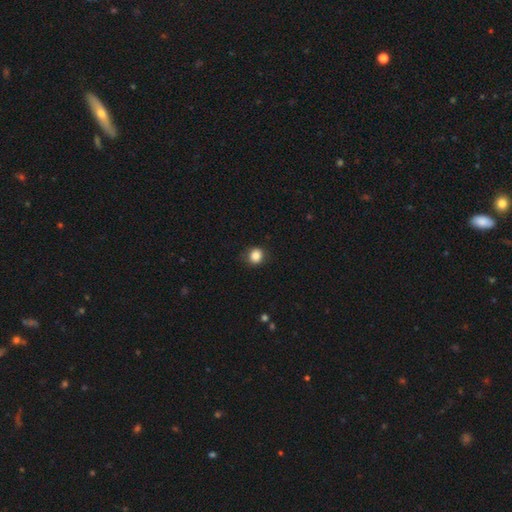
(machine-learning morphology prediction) Smooth or featured: smooth — 85% (star or artifact — 10%)
How rounded: round — 81% (in between — 18%)
Merging: none — 83% (minor disturbance — 13%)